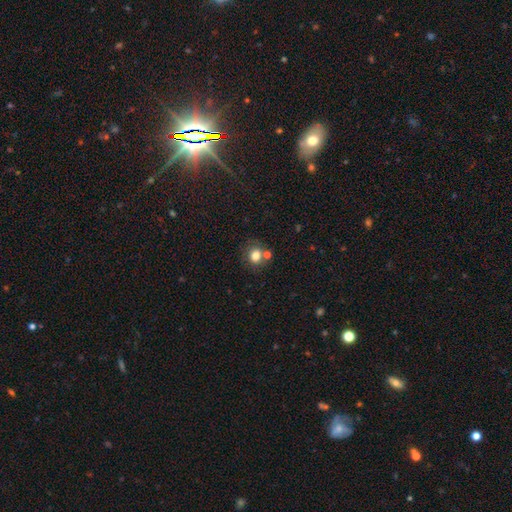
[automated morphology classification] smooth_or_featured: smooth (p=0.78) [alt: star or artifact p=0.12]
how_rounded: round (p=0.78) [alt: in between p=0.21]
merging: none (p=0.63) [alt: merger p=0.21]